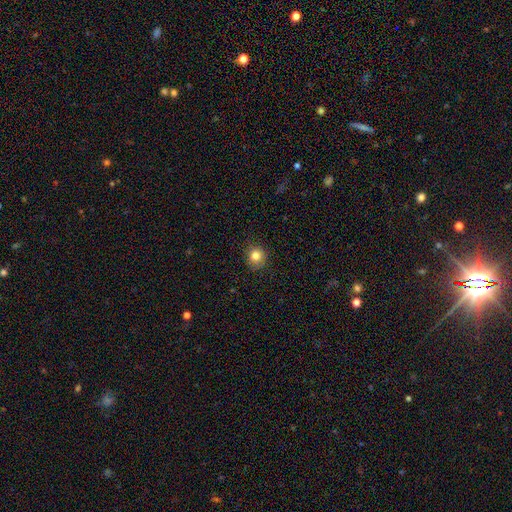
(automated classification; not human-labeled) This is clearly a smooth galaxy (82%). How rounded: clearly round (87%). Merging: clearly none (86%).